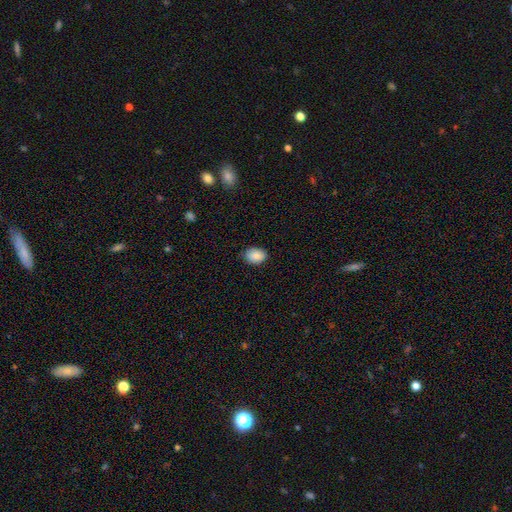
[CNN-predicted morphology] This appears to be a smooth galaxy with no disk features (87%) that is in between round and cigar-shaped (66%). Merging: none (85%).